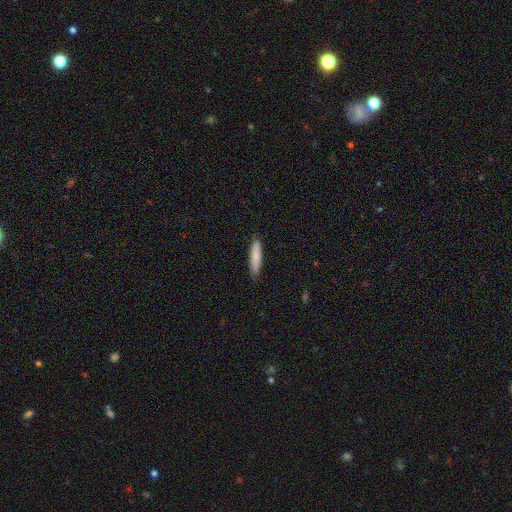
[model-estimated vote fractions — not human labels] This is clearly a smooth galaxy (82%). How rounded: clearly cigar-shaped (84%). Merging: clearly none (86%).